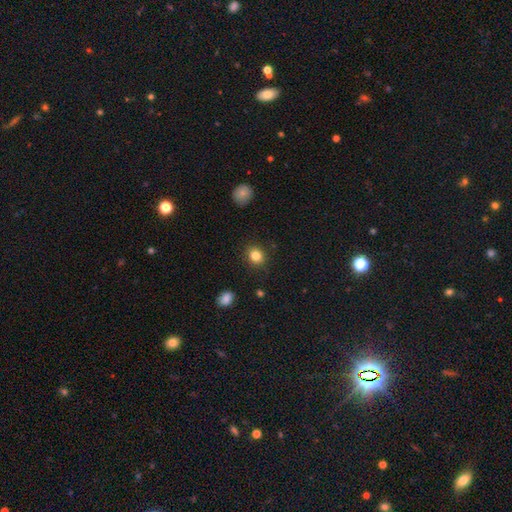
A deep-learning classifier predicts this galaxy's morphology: A smooth galaxy with no disk features (84%) that is round (75%).

Vote fractions:
- Smooth or featured? smooth: 84% / star or artifact: 11% / featured or disk: 6%
- How rounded? round: 75% / in between: 24% / cigar-shaped: 1%
- Merging? none: 89% / minor disturbance: 7% / major disturbance: 2% / merger: 1%